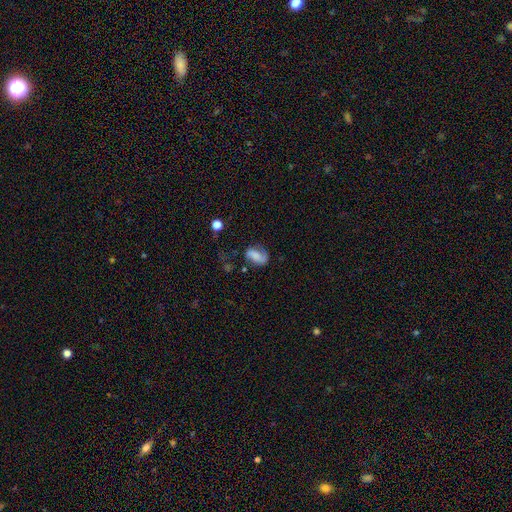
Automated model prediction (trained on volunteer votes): smooth-or-featured: featured or disk: 50% | smooth: 41% | star or artifact: 9%
  disk-edge-on: no: 96% | yes: 4%
  merging: none: 53% | minor disturbance: 25% | major disturbance: 18% | merger: 4%